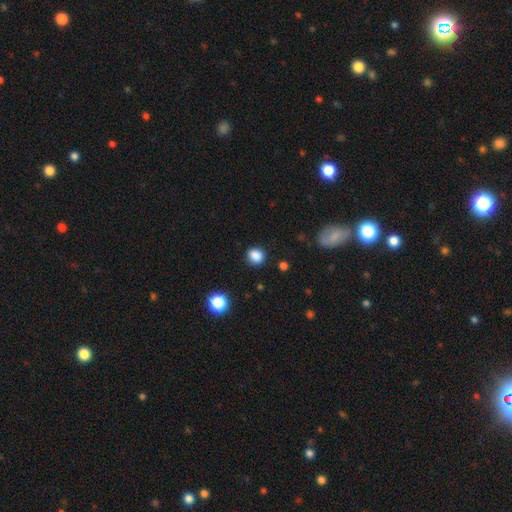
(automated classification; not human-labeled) This is clearly a smooth galaxy (86%). How rounded: likely round (76%). Merging: clearly none (84%).